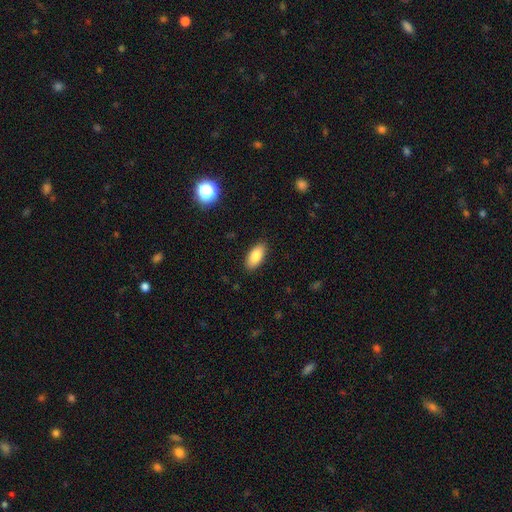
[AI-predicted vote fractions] Overall: smooth (85%). How rounded: in between (89%). Merging: none (88%).